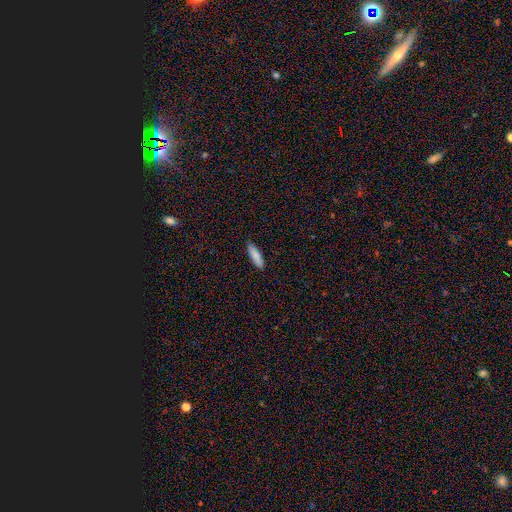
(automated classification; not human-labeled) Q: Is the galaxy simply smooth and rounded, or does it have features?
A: smooth — 83%.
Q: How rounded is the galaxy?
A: in between — 52%.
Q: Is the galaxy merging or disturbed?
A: none — 86%.